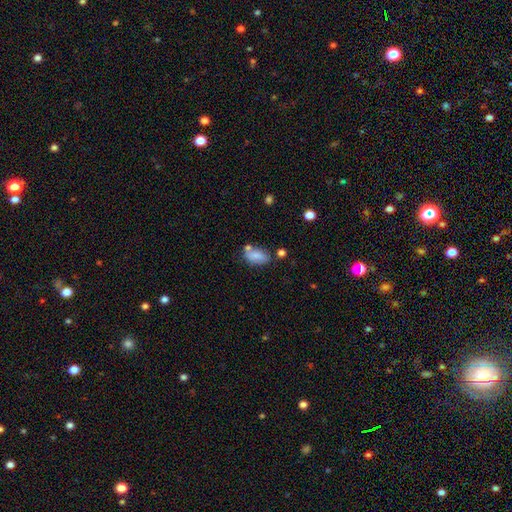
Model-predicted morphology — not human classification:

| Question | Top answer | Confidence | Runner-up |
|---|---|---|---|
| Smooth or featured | smooth | 78% | featured or disk (13%) |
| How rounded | in between | 88% | cigar-shaped (7%) |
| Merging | none | 56% | minor disturbance (21%) |